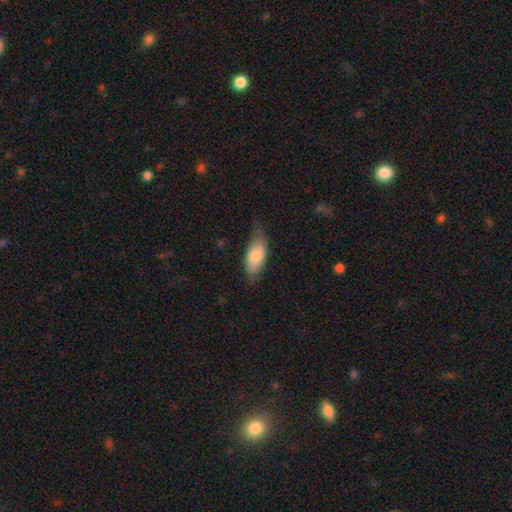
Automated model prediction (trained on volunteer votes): This is likely a smooth galaxy (78%). How rounded: clearly in between (82%). Merging: possibly none (57%).